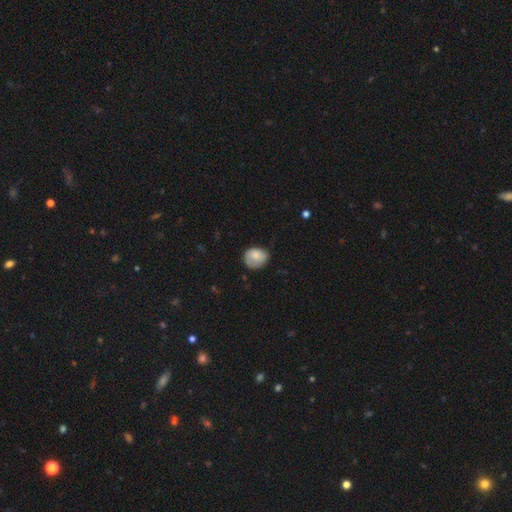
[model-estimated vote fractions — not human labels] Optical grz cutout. It shows a smooth galaxy with no disk features (78%) that is round (60%). Merging: none (57%).